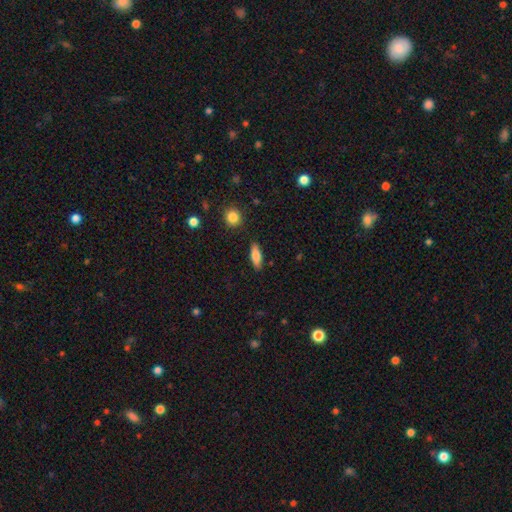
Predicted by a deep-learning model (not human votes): This is likely a smooth galaxy (76%). How rounded: likely in between (61%). Merging: clearly none (87%).